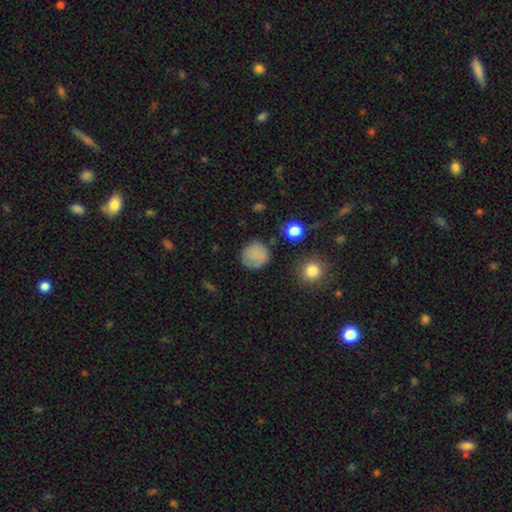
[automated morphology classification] Smooth or featured: smooth — 81% (star or artifact — 11%)
How rounded: round — 92% (in between — 7%)
Merging: none — 79% (minor disturbance — 14%)